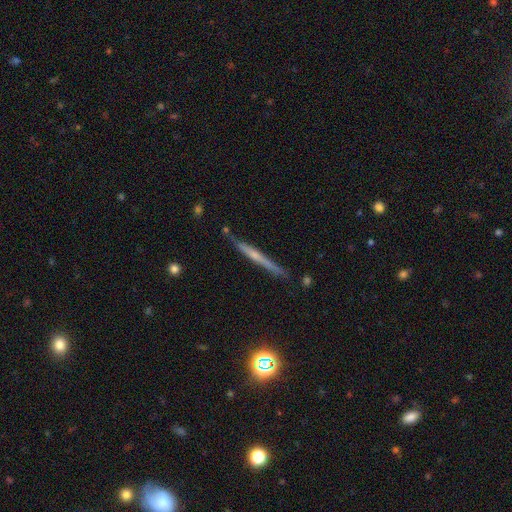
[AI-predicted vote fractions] Smooth or featured?
  - featured or disk: 64% *
  - smooth: 28%
  - star or artifact: 8%
Edge-on disk?
  - yes: 97% *
  - no: 3%
Edge-on bulge?
  - none: 50% *
  - rounded: 42%
  - boxy: 8%
Merging?
  - none: 85% *
  - minor disturbance: 11%
  - merger: 2%
  - major disturbance: 2%